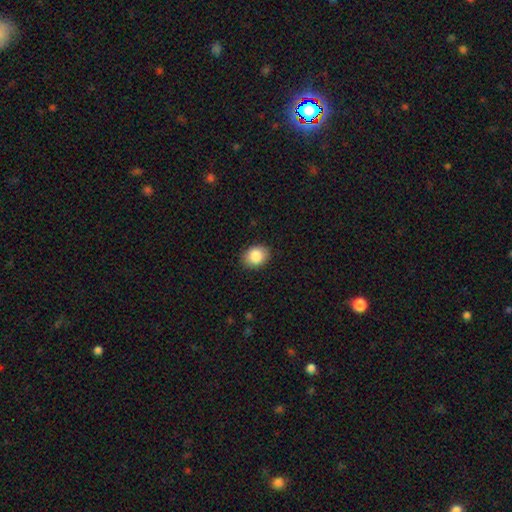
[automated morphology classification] Smooth or featured: smooth — 88% (star or artifact — 8%)
How rounded: in between — 53% (round — 46%)
Merging: none — 88% (minor disturbance — 9%)